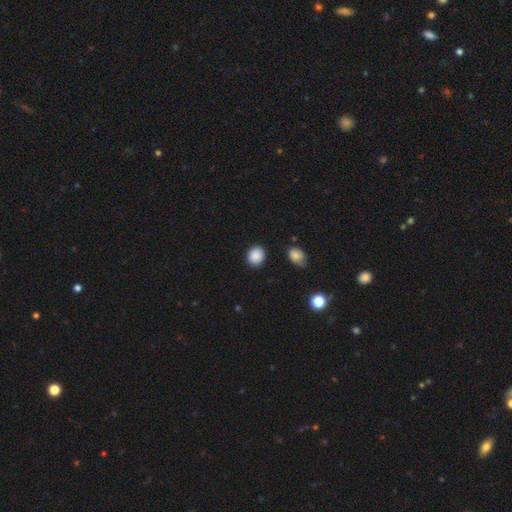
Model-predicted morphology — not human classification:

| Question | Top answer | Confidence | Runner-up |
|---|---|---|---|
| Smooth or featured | smooth | 89% | star or artifact (8%) |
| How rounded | round | 70% | in between (28%) |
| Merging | none | 87% | minor disturbance (8%) |